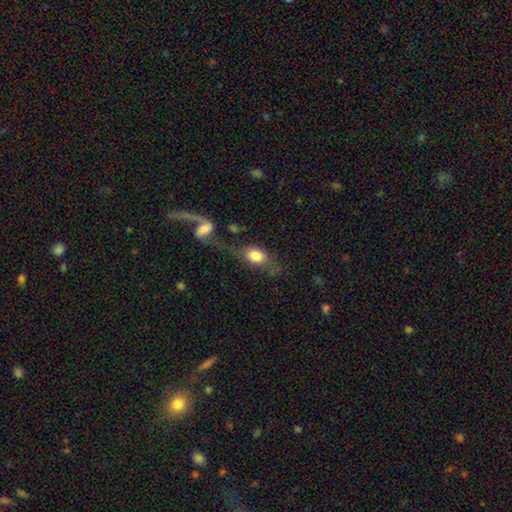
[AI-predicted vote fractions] Morphology: type=smooth (71%); roundness=in between (77%); merging=merger (41%).